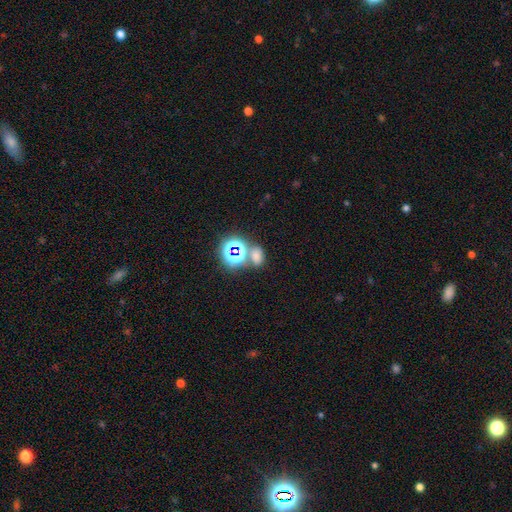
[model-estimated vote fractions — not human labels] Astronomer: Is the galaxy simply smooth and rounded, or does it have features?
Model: smooth — 55% (runner-up: star or artifact, 36%).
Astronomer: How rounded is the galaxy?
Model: in between — 66%.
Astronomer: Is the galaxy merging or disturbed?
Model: none — 60%.